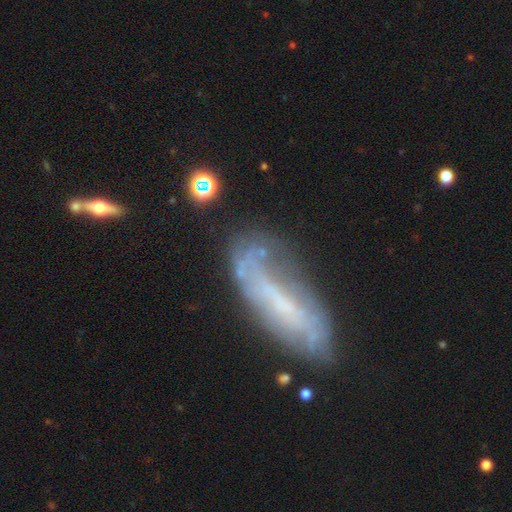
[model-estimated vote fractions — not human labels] The model was most divided on "smooth or featured": featured or disk: 55%, smooth: 34%, star or artifact: 11%. Remaining: edge-on disk — no (73%); merging — none (48%).